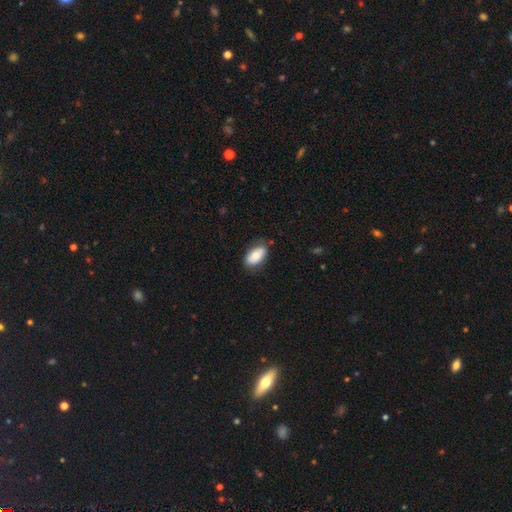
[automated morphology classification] smooth_or_featured: smooth (p=0.79) [alt: featured or disk p=0.15]
how_rounded: in between (p=0.93) [alt: round p=0.04]
merging: none (p=0.76) [alt: minor disturbance p=0.19]